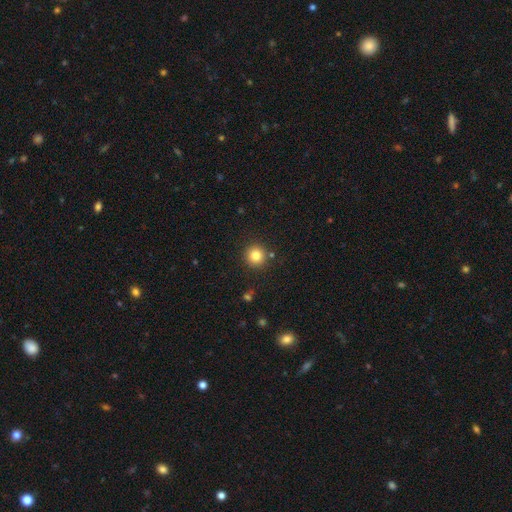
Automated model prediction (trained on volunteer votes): smooth_or_featured: smooth (p=0.82) [alt: star or artifact p=0.12]
how_rounded: round (p=0.94) [alt: in between p=0.05]
merging: none (p=0.89) [alt: minor disturbance p=0.06]